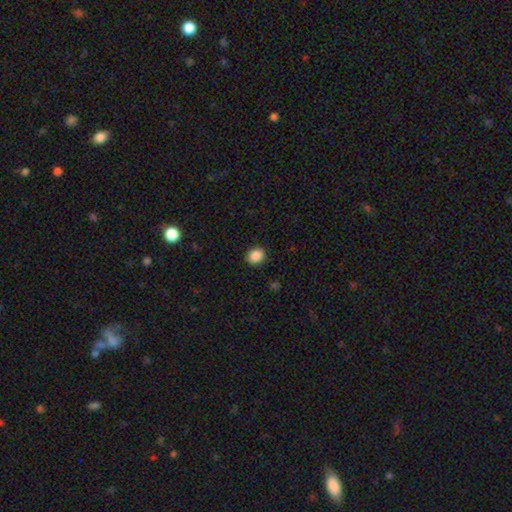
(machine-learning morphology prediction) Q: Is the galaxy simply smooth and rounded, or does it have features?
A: smooth — 88%.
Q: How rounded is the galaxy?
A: round — 66%.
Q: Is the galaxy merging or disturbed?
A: none — 89%.